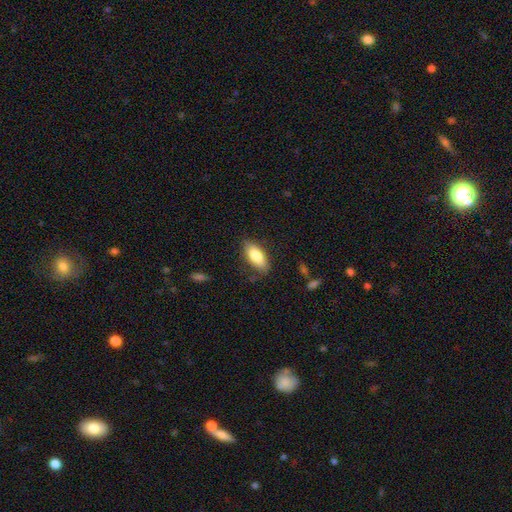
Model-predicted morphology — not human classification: This is clearly a smooth galaxy (83%). How rounded: clearly in between (86%). Merging: clearly none (80%).